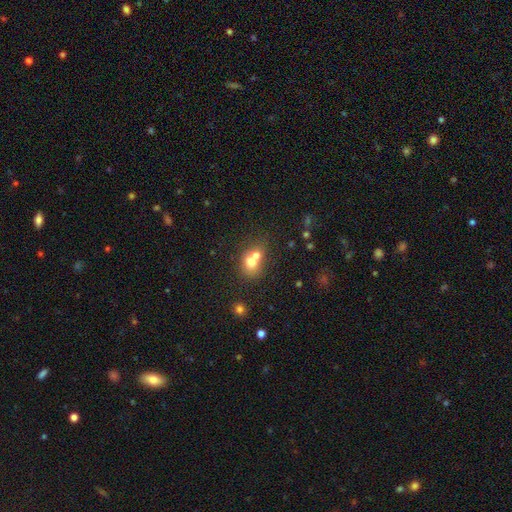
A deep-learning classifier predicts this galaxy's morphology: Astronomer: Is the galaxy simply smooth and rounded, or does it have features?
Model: smooth — 69%.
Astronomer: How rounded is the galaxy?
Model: round — 62%.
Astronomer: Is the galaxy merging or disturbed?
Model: merger — 65%.